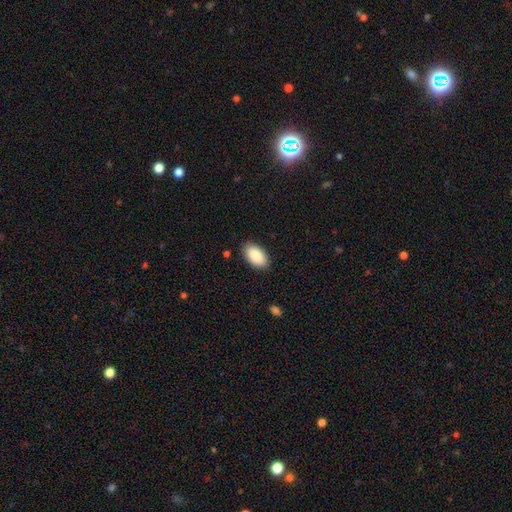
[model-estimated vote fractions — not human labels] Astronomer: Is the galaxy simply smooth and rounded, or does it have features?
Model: smooth — 89%.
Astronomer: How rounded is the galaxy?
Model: in between — 95%.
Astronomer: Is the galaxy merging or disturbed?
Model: none — 87%.